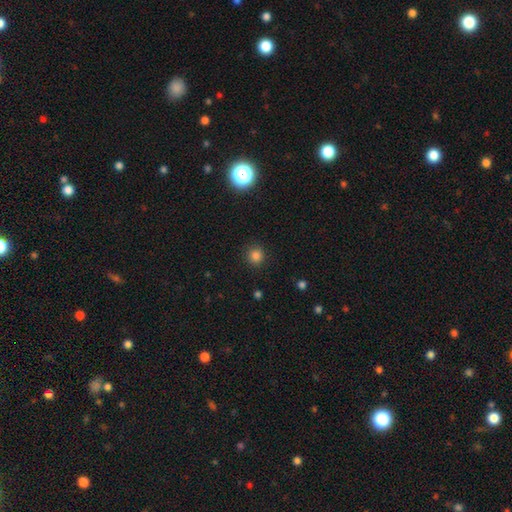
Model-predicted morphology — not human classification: smooth_or_featured: smooth (p=0.83) [alt: star or artifact p=0.14]
how_rounded: round (p=0.90) [alt: in between p=0.09]
merging: none (p=0.89) [alt: minor disturbance p=0.08]